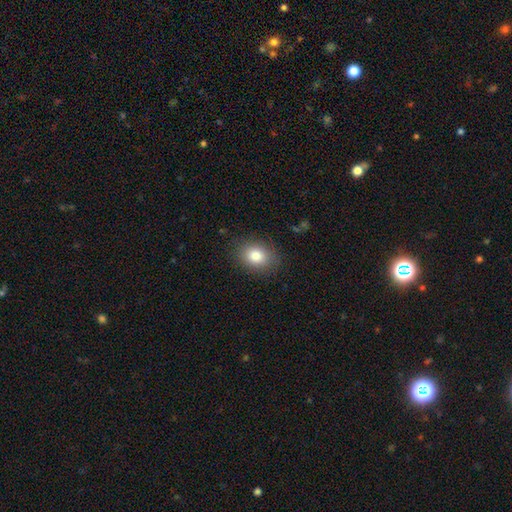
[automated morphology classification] Q: Smooth or featured?
A: smooth (82%); runner-up: star or artifact (9%)
Q: How rounded?
A: in between (60%); runner-up: round (39%)
Q: Merging?
A: none (85%); runner-up: minor disturbance (10%)